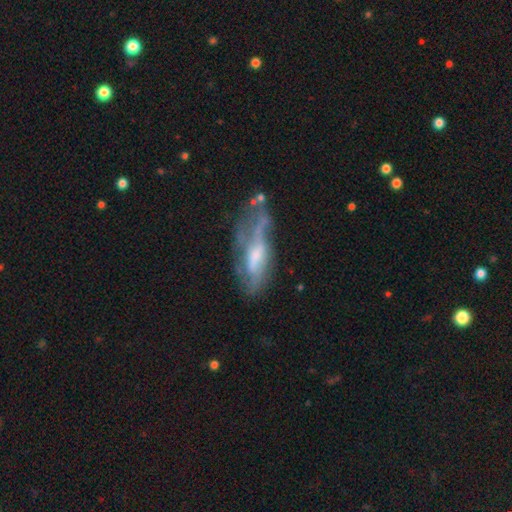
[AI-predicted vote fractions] A featured or disk galaxy (61%). Merging: none (38%).